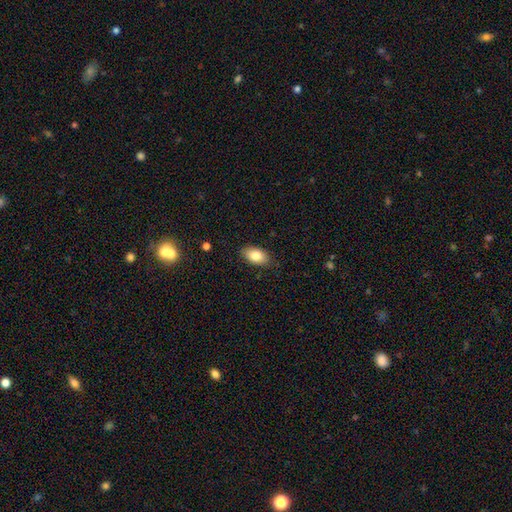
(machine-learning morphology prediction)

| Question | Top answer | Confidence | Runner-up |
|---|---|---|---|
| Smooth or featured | smooth | 83% | featured or disk (9%) |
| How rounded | in between | 92% | round (6%) |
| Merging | none | 82% | minor disturbance (14%) |